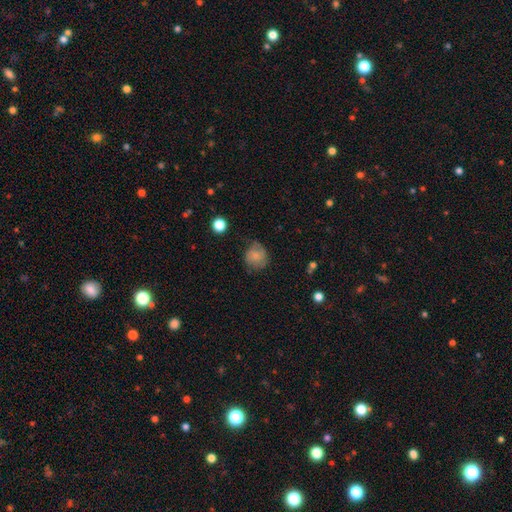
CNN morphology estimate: Overall: smooth (65%; featured or disk 26%). How rounded: round (80%). Merging: none (60%; minor disturbance 28%).